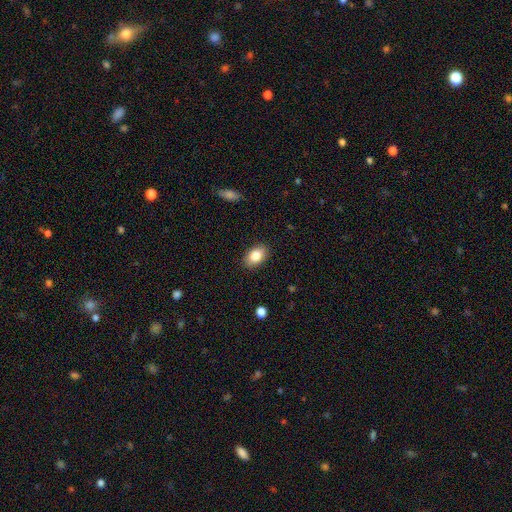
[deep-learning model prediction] Smooth or featured?
  - smooth: 84% *
  - featured or disk: 9%
  - star or artifact: 8%
How rounded?
  - in between: 87% *
  - round: 12%
  - cigar-shaped: 1%
Merging?
  - none: 88% *
  - minor disturbance: 9%
  - major disturbance: 2%
  - merger: 1%